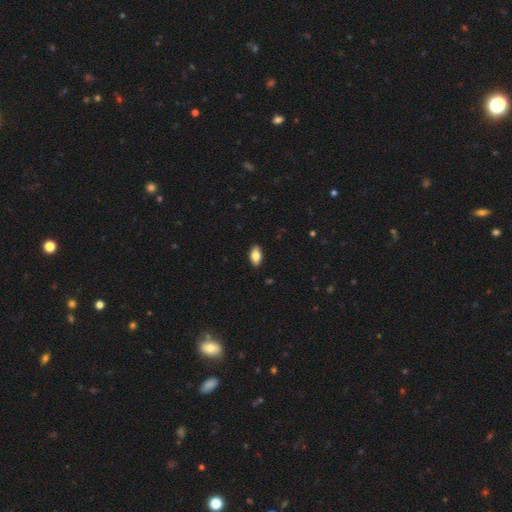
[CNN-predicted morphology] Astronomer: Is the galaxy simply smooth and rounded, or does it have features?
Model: smooth — 81%.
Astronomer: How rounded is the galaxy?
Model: in between — 91%.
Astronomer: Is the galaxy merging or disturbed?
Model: none — 89%.